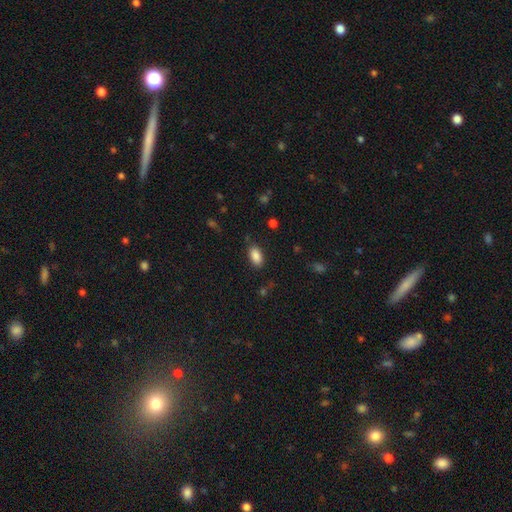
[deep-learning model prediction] Smooth or featured?
  - smooth: 87% *
  - star or artifact: 8%
  - featured or disk: 4%
How rounded?
  - in between: 92% *
  - cigar-shaped: 4%
  - round: 4%
Merging?
  - none: 83% *
  - minor disturbance: 12%
  - major disturbance: 3%
  - merger: 2%